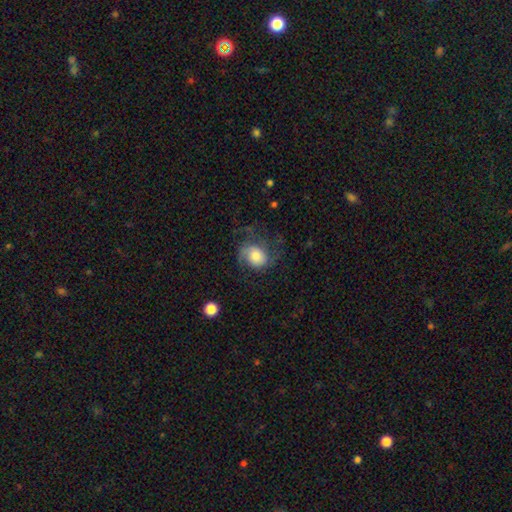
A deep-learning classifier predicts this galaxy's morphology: Overall: featured or disk (52%; smooth 39%). Edge-on disk: no (97%). Bar: no (74%). Spiral arms: yes (87%). Bulge size: large (36%; moderate 35%). Merging: none (52%; major disturbance 25%).